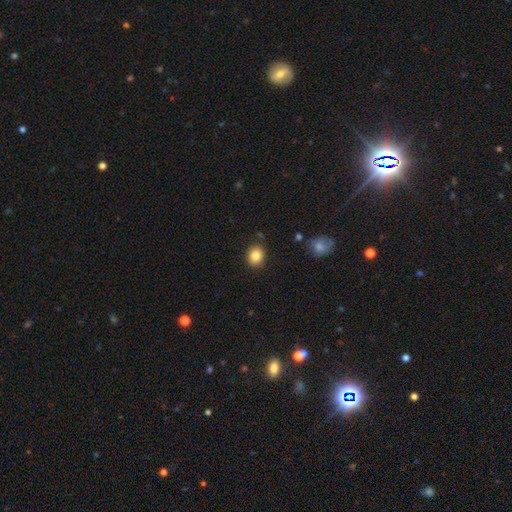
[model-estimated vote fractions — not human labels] Smooth or featured?
  - smooth: 85% *
  - star or artifact: 10%
  - featured or disk: 6%
How rounded?
  - round: 74% *
  - in between: 25%
  - cigar-shaped: 1%
Merging?
  - none: 88% *
  - minor disturbance: 8%
  - major disturbance: 2%
  - merger: 2%